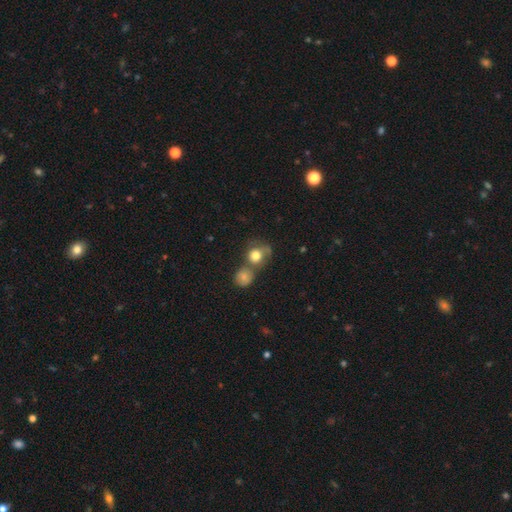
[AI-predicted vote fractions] This is likely a smooth galaxy (76%). How rounded: likely round (78%). Merging: marginally merger (43%).